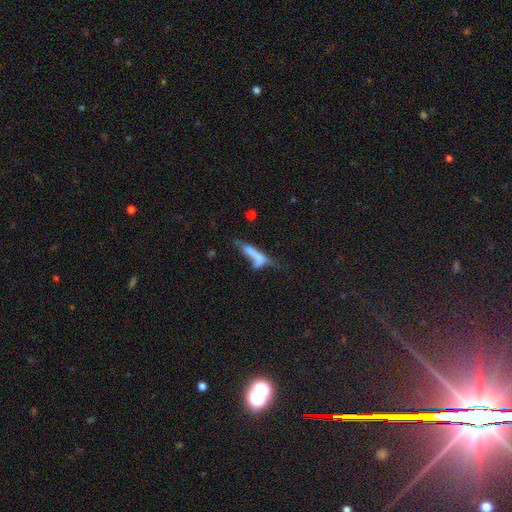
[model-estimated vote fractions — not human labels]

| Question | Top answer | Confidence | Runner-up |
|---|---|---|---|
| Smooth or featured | smooth | 57% | featured or disk (31%) |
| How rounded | cigar-shaped | 56% | in between (40%) |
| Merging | merger | 40% | none (23%) |